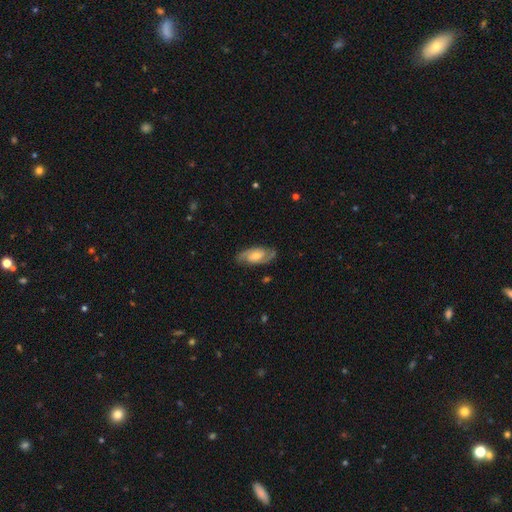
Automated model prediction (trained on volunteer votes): Overall: featured or disk (81%). Edge-on disk: no (95%). Bar: no (49%; weak 40%). Spiral arms: yes (96%). Spiral arm count: 2 (89%). Spiral winding: medium (48%; tight 37%). Bulge size: moderate (48%; small 41%). Merging: none (82%).